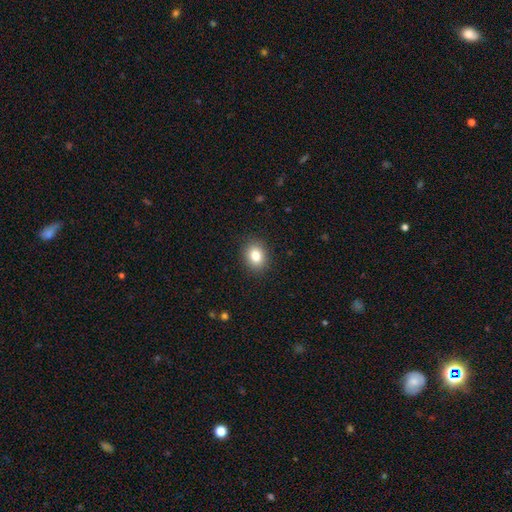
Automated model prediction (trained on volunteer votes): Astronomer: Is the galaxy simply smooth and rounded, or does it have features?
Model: smooth — 83%.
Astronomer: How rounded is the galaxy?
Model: round — 50% (runner-up: in between, 49%).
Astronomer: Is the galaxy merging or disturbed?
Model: none — 89%.